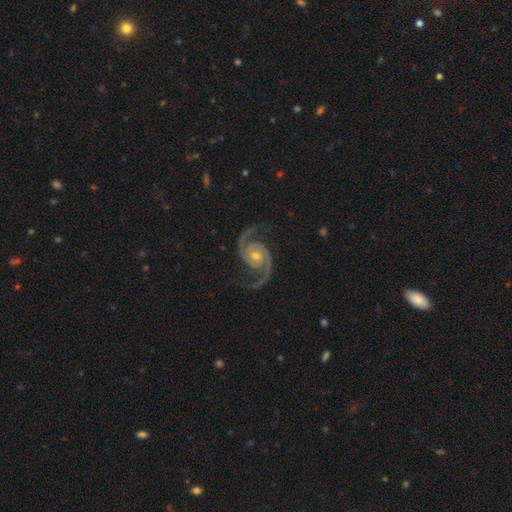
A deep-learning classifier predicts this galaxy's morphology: Smooth or featured: featured or disk — 94% (star or artifact — 4%)
Edge-on disk: no — 98% (yes — 2%)
Bar: no — 68% (weak — 25%)
Spiral arms: yes — 99% (no — 1%)
Spiral winding: medium — 59% (loose — 21%)
Spiral arm count: 2 — 94% (3 — 2%)
Bulge size: small — 48% (moderate — 47%)
Merging: none — 81% (minor disturbance — 13%)